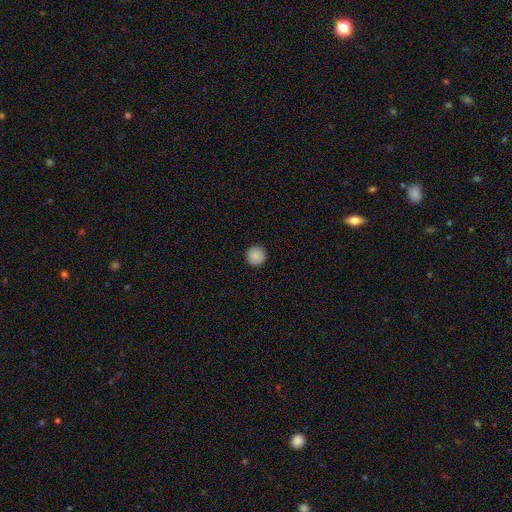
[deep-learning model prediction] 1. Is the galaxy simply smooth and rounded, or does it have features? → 89% smooth, 8% star or artifact, 2% featured or disk.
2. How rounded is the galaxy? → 96% round, 3% in between, 1% cigar-shaped.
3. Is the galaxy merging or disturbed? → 93% none, 4% minor disturbance, 1% major disturbance, 1% merger.